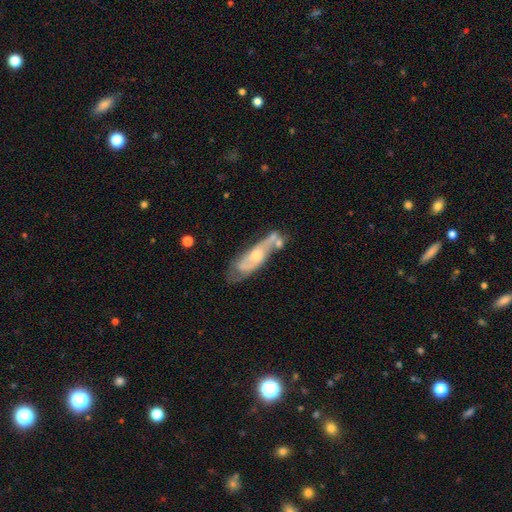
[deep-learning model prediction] Smooth or featured?
  - featured or disk: 63% *
  - smooth: 31%
  - star or artifact: 6%
Edge-on disk?
  - no: 70% *
  - yes: 30%
Merging?
  - none: 41% *
  - minor disturbance: 24%
  - merger: 22%
  - major disturbance: 13%